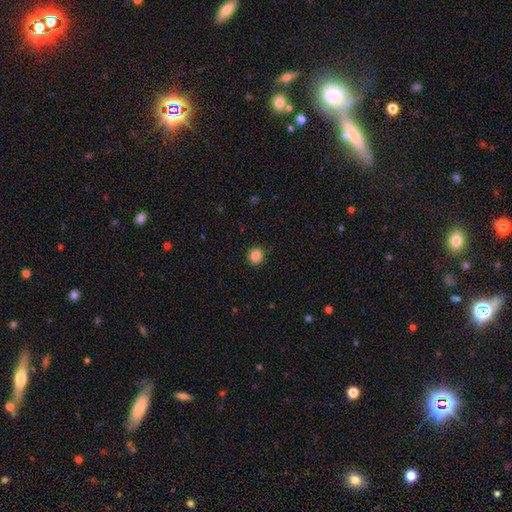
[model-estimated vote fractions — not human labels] Morphology: type=smooth (86%); roundness=round (90%); merging=none (88%).